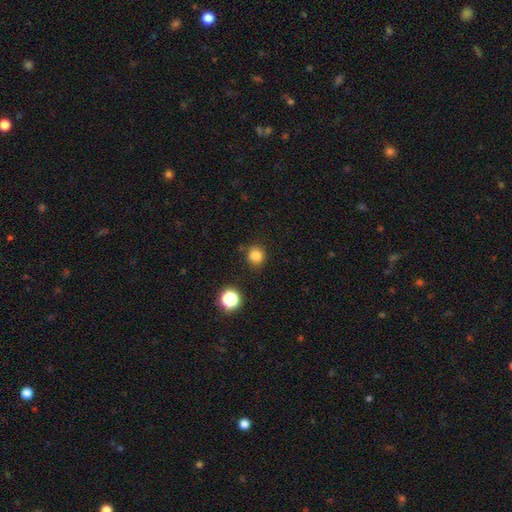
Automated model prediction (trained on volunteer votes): Morphology: type=smooth (82%); roundness=round (89%); merging=none (84%).